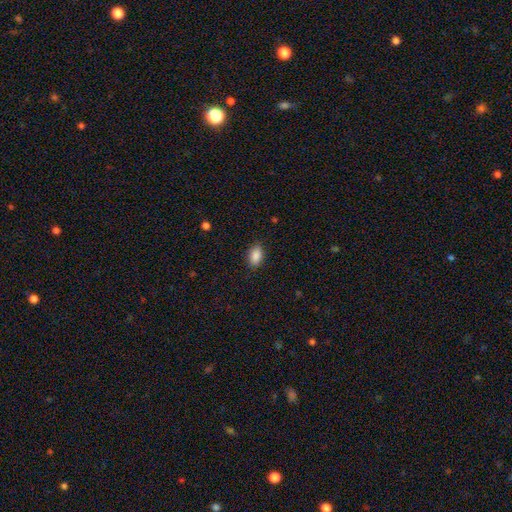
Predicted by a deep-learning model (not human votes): smooth 89%, star or artifact 8%, featured or disk 4%. Down the decision tree: how rounded — in between (89%); merging — none (86%).